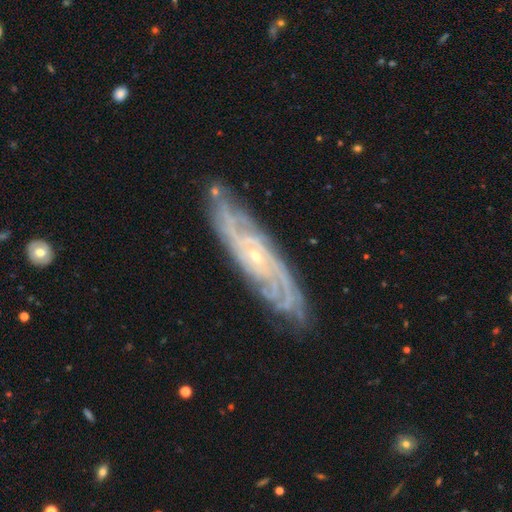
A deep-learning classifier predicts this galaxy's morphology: smooth-or-featured: featured or disk: 88% | smooth: 6% | star or artifact: 6%
  disk-edge-on: no: 82% | yes: 18%
    bar: no: 69% | weak: 24% | strong: 7%
    has-spiral-arms: yes: 97% | no: 3%
      spiral-winding: tight: 68% | medium: 27% | loose: 5%
      spiral-arm-count: can't tell: 27% | 4: 20% | 3: 18% | 2: 18% | more than 4: 10% | 1: 6%
    bulge-size: small: 80% | moderate: 17% | none: 2% | large: 1% | dominant: 1%
  merging: none: 81% | minor disturbance: 14% | major disturbance: 3% | merger: 2%